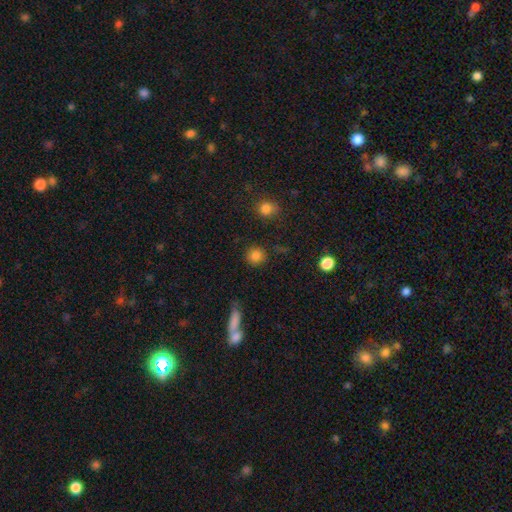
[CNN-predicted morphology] smooth 83%, star or artifact 12%, featured or disk 5%. Down the decision tree: how rounded — round (89%); merging — none (85%).